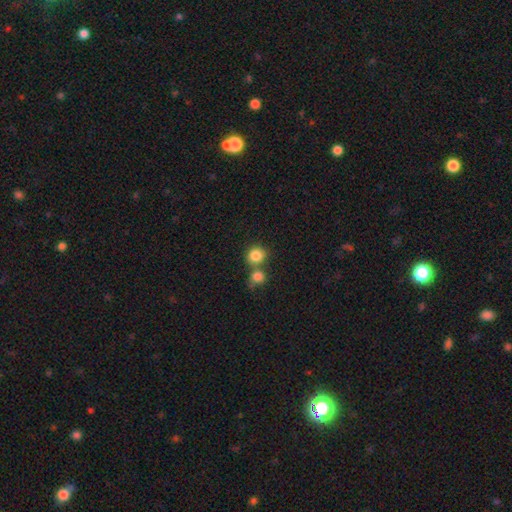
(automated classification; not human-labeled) A smooth galaxy with no disk features (84%) that is round (85%). Merging: none (52%).